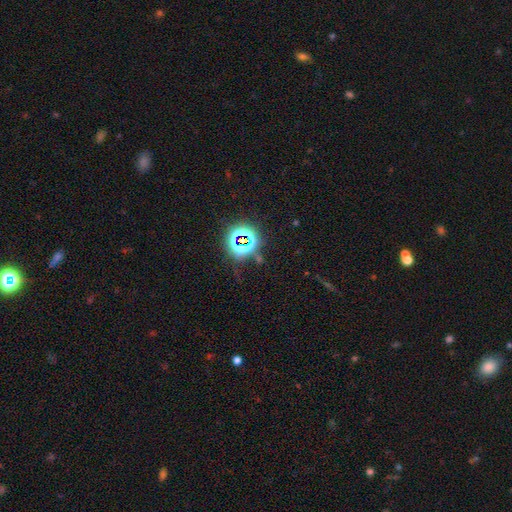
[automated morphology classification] A star or artifact, not a galaxy (77%).